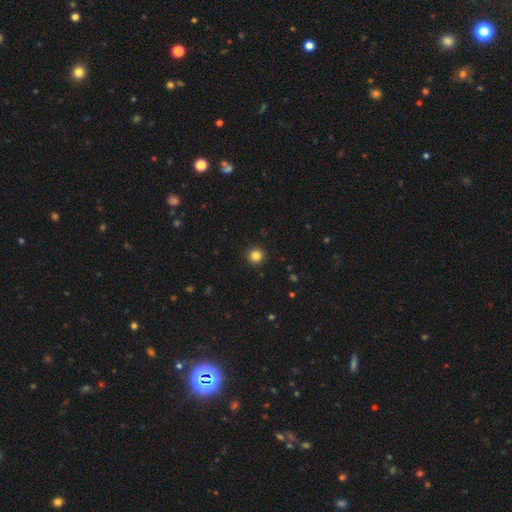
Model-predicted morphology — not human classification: Overall: smooth (84%). How rounded: round (96%). Merging: none (93%).